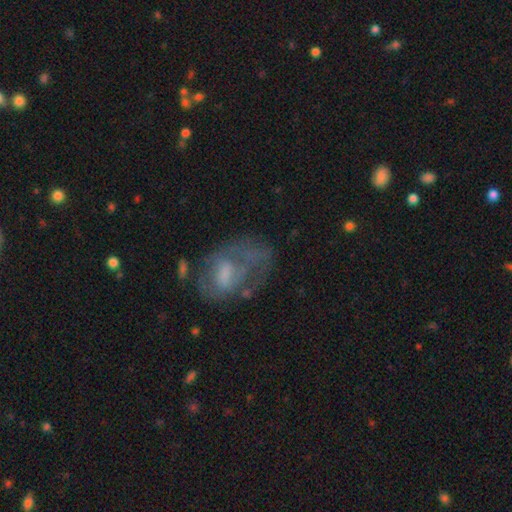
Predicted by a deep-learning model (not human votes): A featured or disk galaxy (53%) with no bar (59%), no spiral arms (65%) and a moderate central bulge (37%).

Vote fractions:
- Smooth or featured? featured or disk: 53% / smooth: 36% / star or artifact: 11%
- Edge-on disk? no: 96% / yes: 4%
- Bar? no: 59% / weak: 34% / strong: 8%
- Spiral arms? no: 65% / yes: 35%
- Bulge size? moderate: 37% / small: 27% / none: 25% / large: 10% / dominant: 1%
- Merging? none: 36% (tied) / major disturbance: 36% (tied) / minor disturbance: 22% / merger: 7%